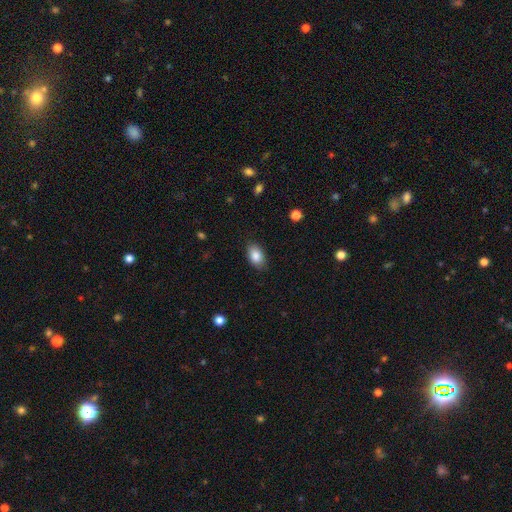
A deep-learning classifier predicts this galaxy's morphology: Smooth or featured? Predicted: smooth (p=0.86). How rounded? Predicted: in between (p=0.90). Merging? Predicted: none (p=0.84).